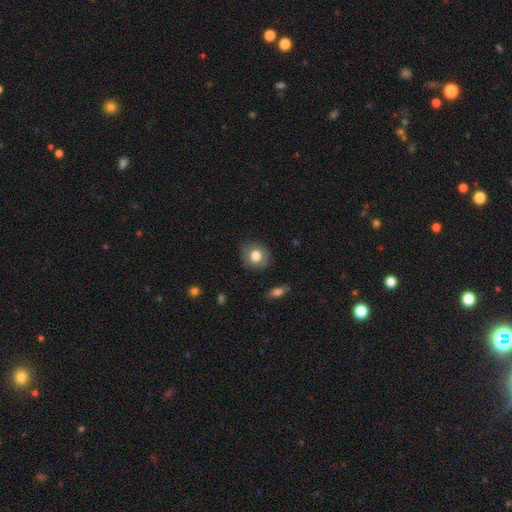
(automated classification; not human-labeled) Smooth or featured? smooth (77%)
How rounded? round (78%)
Merging? none (86%)